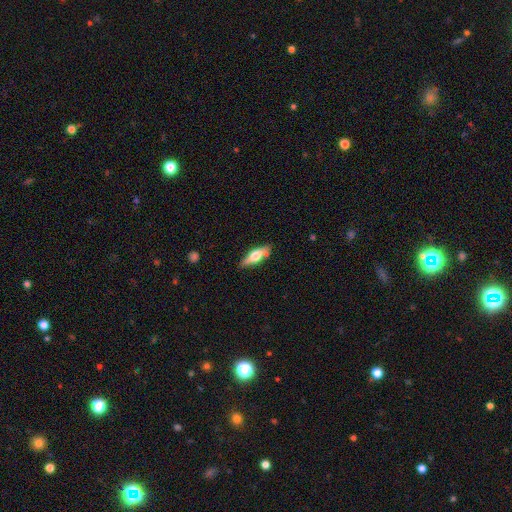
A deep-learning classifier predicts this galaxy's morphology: This is possibly a featured or disk galaxy (51%). It is clearly viewed edge-on (90%). Merging: likely none (80%).